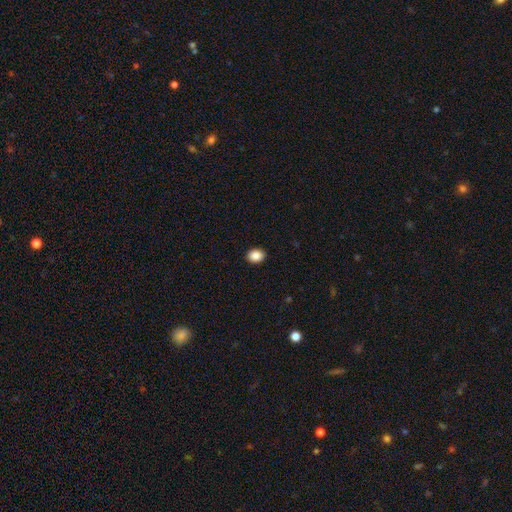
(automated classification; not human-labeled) A smooth galaxy with no disk features (88%) that is in between round and cigar-shaped (51%).

Vote fractions:
- Smooth or featured? smooth: 88% / star or artifact: 8% / featured or disk: 3%
- How rounded? in between: 51% / round: 48% / cigar-shaped: 1%
- Merging? none: 92% / minor disturbance: 6% / major disturbance: 2% / merger: 1%